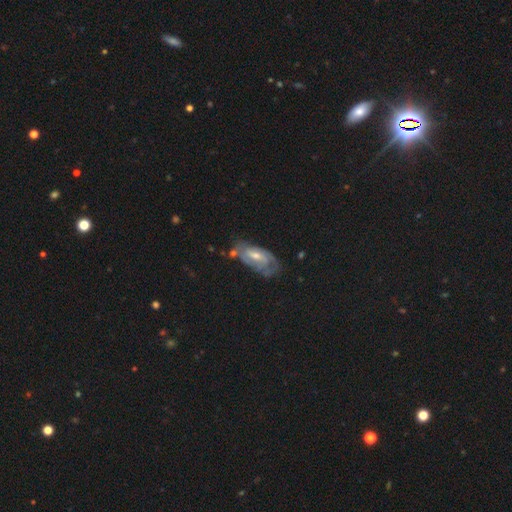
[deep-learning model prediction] Smooth or featured? Predicted: featured or disk (p=0.69). Edge-on disk? Predicted: no (p=0.91). Bar? Predicted: no (p=0.47). Spiral arms? Predicted: yes (p=0.79). Bulge size? Predicted: moderate (p=0.55). Merging? Predicted: none (p=0.54).